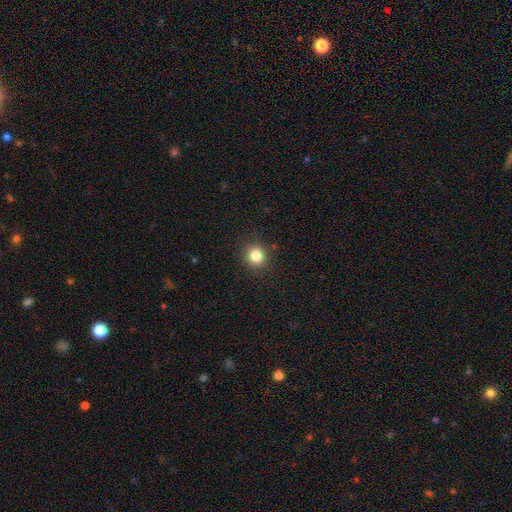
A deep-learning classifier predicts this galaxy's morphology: This appears to be a smooth galaxy with no disk features (83%) that is round (78%). Merging: none (88%).